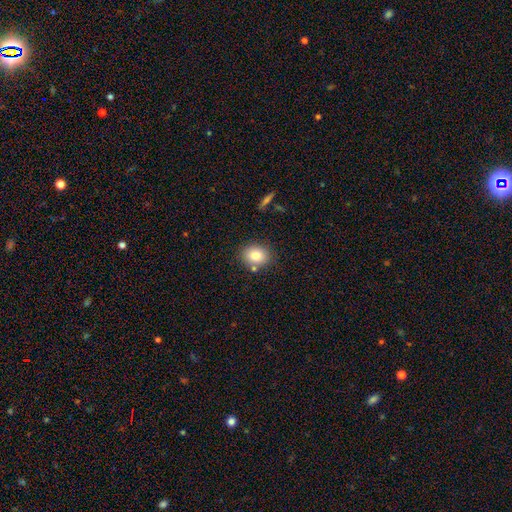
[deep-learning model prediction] The model was most divided on "how rounded": round: 54%, in between: 45%, cigar-shaped: 1%. More confident: smooth or featured — smooth (82%); merging — none (80%).